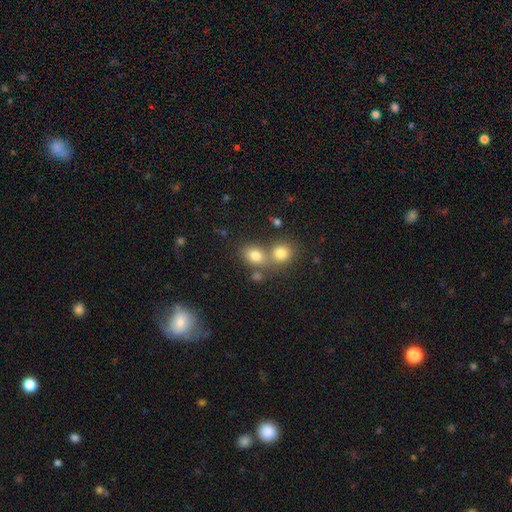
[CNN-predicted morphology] Smooth or featured: smooth — 79% (star or artifact — 12%)
How rounded: in between — 55% (round — 43%)
Merging: none — 45% (merger — 43%)